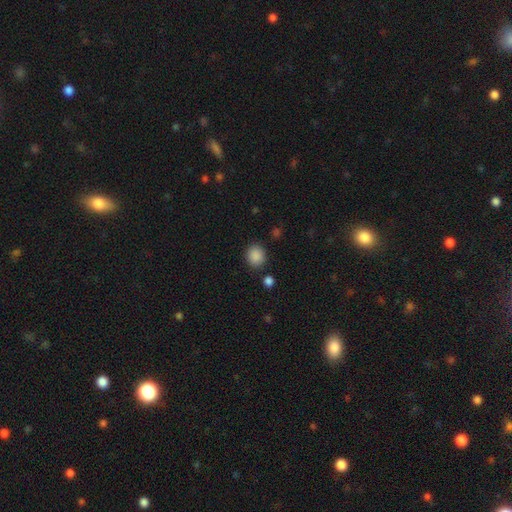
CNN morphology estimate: This is clearly a smooth galaxy (88%). How rounded: likely round (77%). Merging: clearly none (84%).